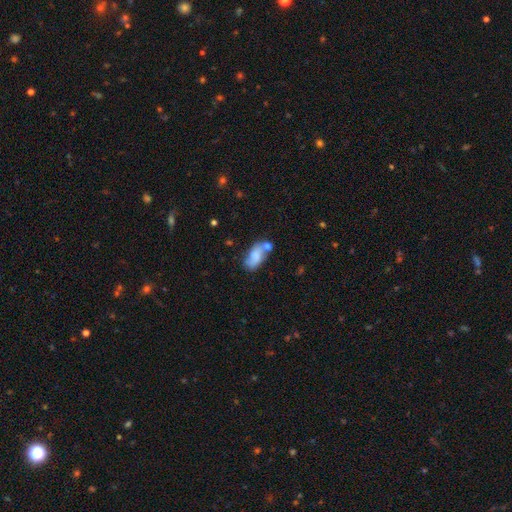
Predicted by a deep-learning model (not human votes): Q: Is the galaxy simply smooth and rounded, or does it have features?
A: smooth — 64%.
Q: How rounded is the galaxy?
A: in between — 89%.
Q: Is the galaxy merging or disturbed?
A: none — 43%.